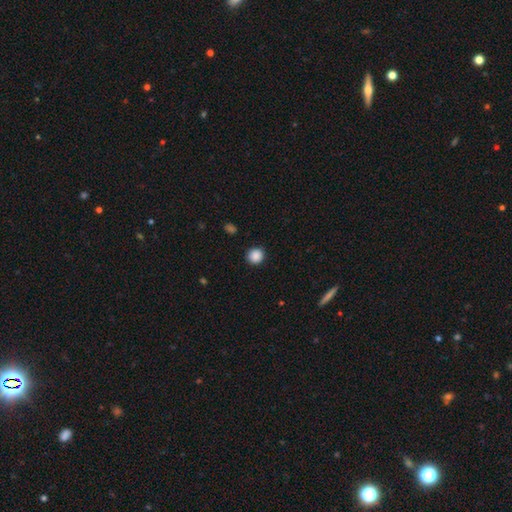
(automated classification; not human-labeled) Overall: smooth (88%). How rounded: round (92%). Merging: none (91%).